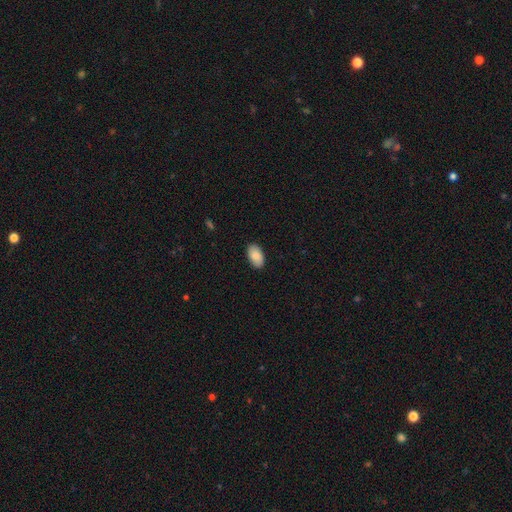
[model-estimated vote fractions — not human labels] Overall: smooth (88%). How rounded: in between (95%). Merging: none (88%).